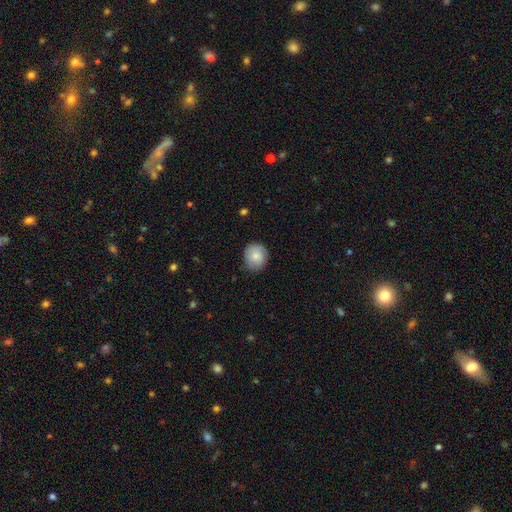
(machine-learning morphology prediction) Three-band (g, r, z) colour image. It shows a smooth galaxy with no disk features (78%) that is round (78%). Merging: none (81%).